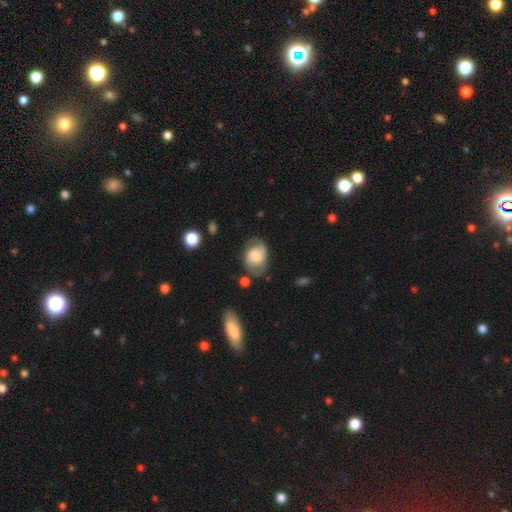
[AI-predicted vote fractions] featured or disk 49%, smooth 43%, star or artifact 8%. Down the decision tree: merging — none (58%).